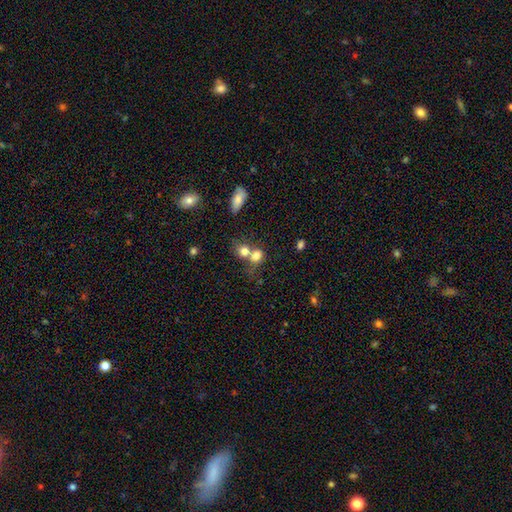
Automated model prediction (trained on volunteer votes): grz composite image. It shows a smooth galaxy with no disk features (77%) that is round (55%). Merging: merger (59%).